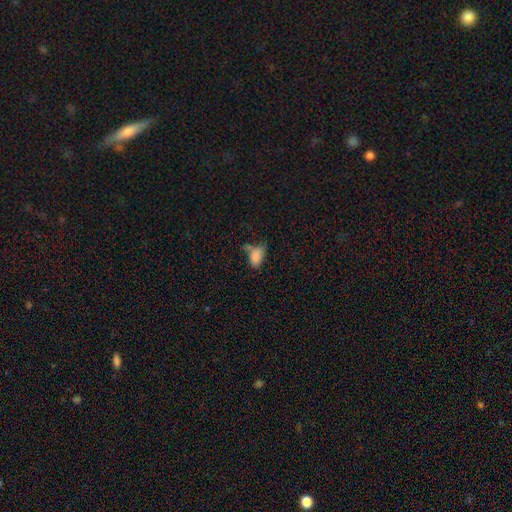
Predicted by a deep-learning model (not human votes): Smooth or featured? smooth (82%)
How rounded? in between (91%)
Merging? none (38%)